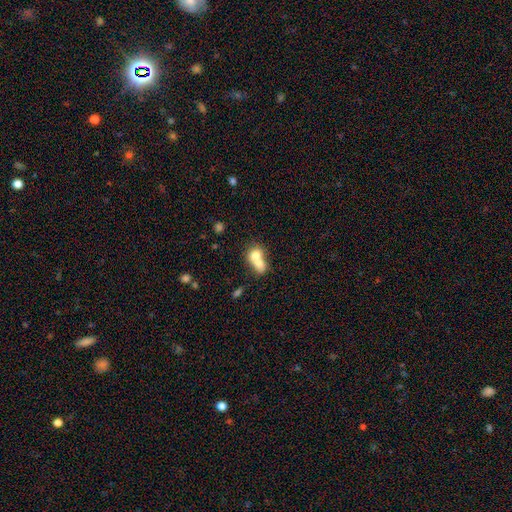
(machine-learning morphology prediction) A smooth galaxy with no disk features (70%) that is round (54%). Merging: merger (73%).